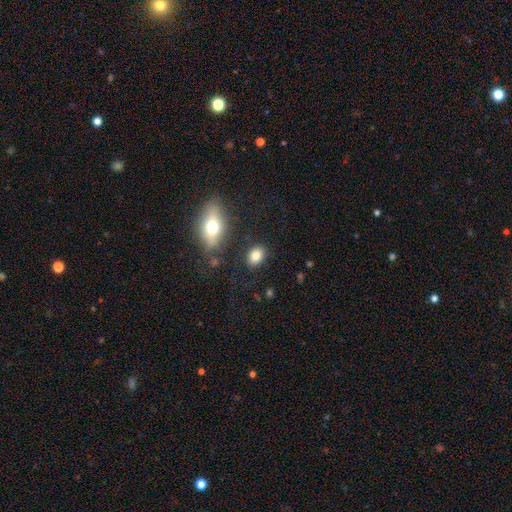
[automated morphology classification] Q: Smooth or featured?
A: smooth (82%); runner-up: star or artifact (9%)
Q: How rounded?
A: in between (74%); runner-up: round (25%)
Q: Merging?
A: none (84%); runner-up: minor disturbance (9%)